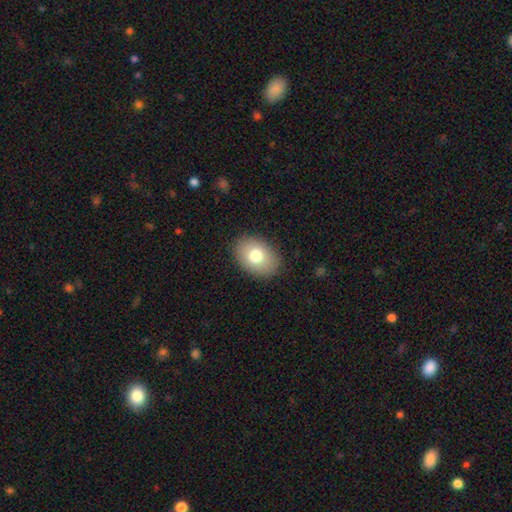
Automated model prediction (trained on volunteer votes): This appears to be a smooth galaxy with no disk features (76%) that is in between round and cigar-shaped (79%). Merging: none (87%).